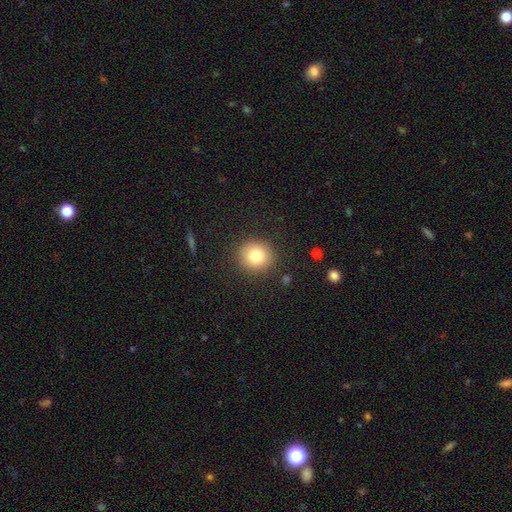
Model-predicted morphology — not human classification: Overall: smooth (79%). How rounded: round (89%). Merging: none (89%).